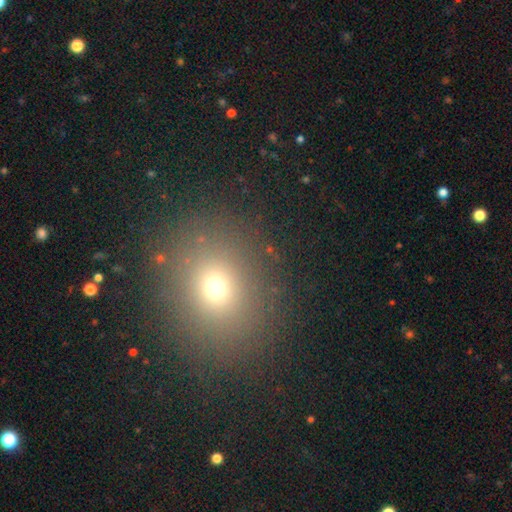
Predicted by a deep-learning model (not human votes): Morphology: type=smooth (64%); roundness=round (70%); merging=none (89%).